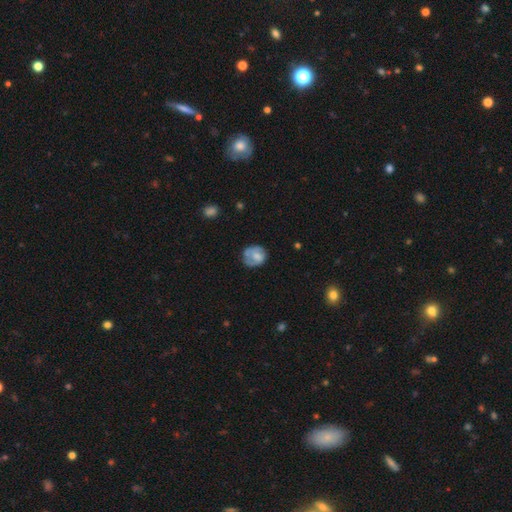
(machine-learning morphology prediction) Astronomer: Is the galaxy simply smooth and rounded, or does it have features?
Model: smooth — 56% (runner-up: featured or disk, 36%).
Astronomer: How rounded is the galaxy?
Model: round — 71%.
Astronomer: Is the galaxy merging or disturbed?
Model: none — 54% (runner-up: minor disturbance, 30%).